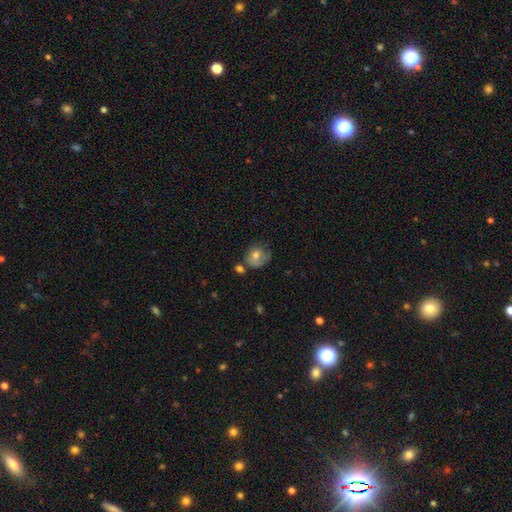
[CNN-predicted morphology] smooth-or-featured: smooth: 70% | featured or disk: 21% | star or artifact: 9%
  how-rounded: round: 67% | in between: 32% | cigar-shaped: 1%
  merging: none: 45% | minor disturbance: 30% | major disturbance: 13% | merger: 12%